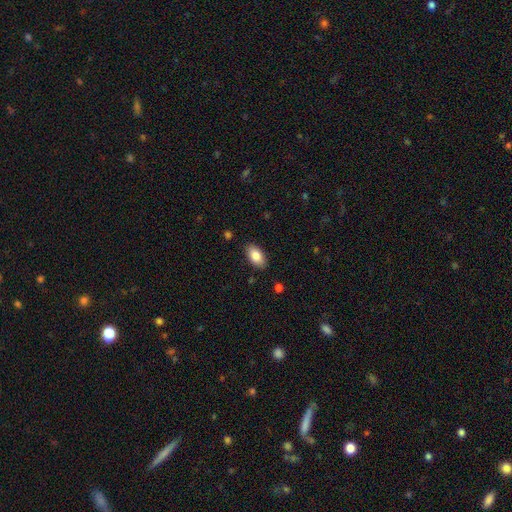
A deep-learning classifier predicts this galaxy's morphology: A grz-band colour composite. It shows a smooth galaxy with no disk features (84%) that is in between round and cigar-shaped (93%). Merging: none (87%).